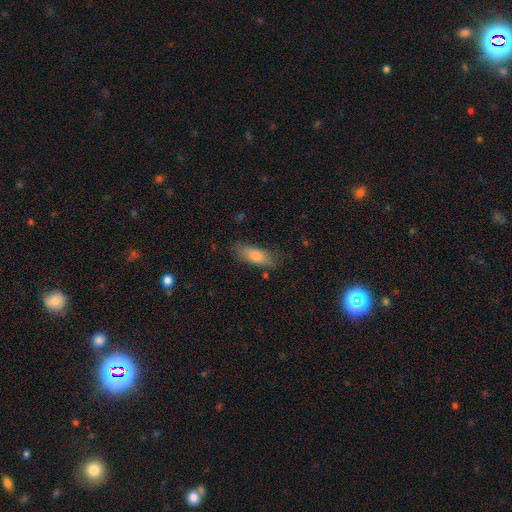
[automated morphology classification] smooth_or_featured: smooth (p=0.74) [alt: featured or disk p=0.19]
how_rounded: in between (p=0.63) [alt: cigar-shaped p=0.34]
merging: none (p=0.78) [alt: minor disturbance p=0.16]